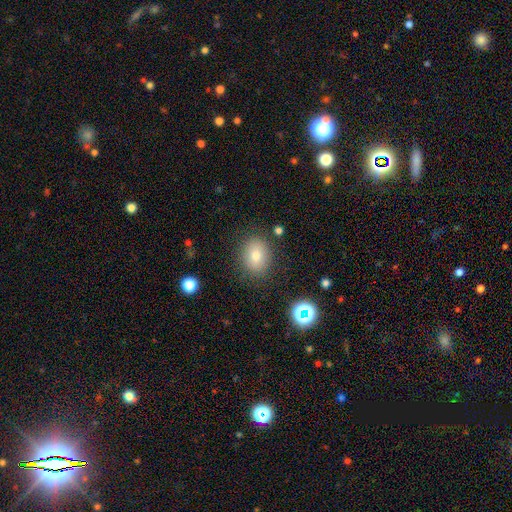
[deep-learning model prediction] smooth_or_featured: smooth (p=0.75) [alt: star or artifact p=0.13]
how_rounded: in between (p=0.50) [alt: round p=0.49]
merging: none (p=0.84) [alt: minor disturbance p=0.10]